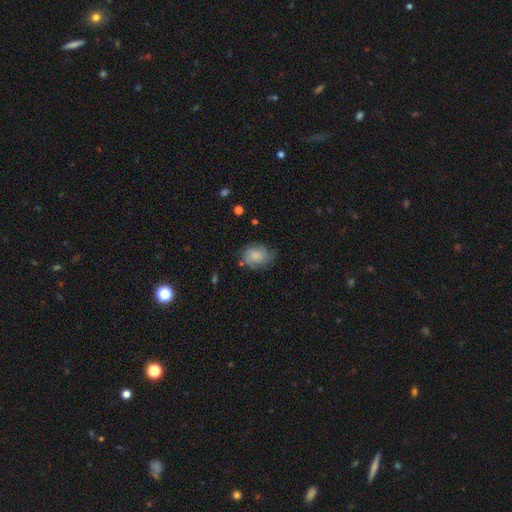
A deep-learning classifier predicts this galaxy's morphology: A smooth galaxy with no disk features (50%) that is in between round and cigar-shaped (57%). Merging: none (62%).